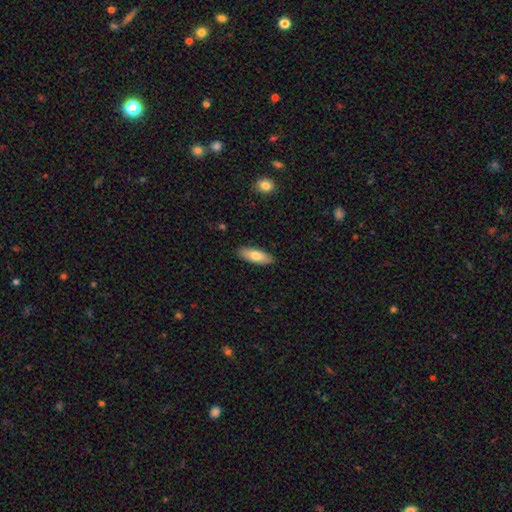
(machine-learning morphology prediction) Q: Smooth or featured?
A: smooth (77%); runner-up: featured or disk (17%)
Q: How rounded?
A: in between (67%); runner-up: cigar-shaped (31%)
Q: Merging?
A: none (89%); runner-up: minor disturbance (8%)